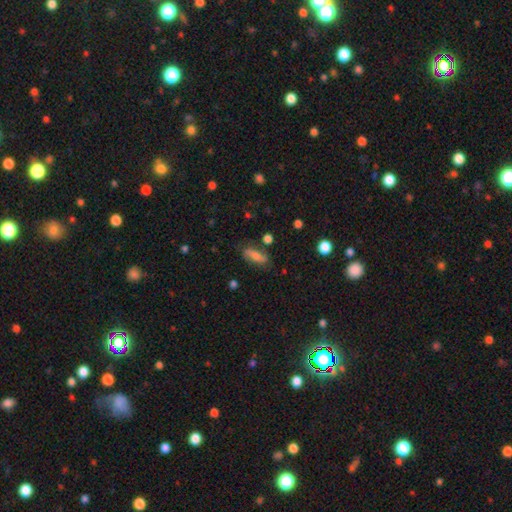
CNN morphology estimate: A smooth galaxy with no disk features (58%) that is in between round and cigar-shaped (68%).

Vote fractions:
- Smooth or featured? smooth: 58% / featured or disk: 33% / star or artifact: 9%
- How rounded? in between: 68% / cigar-shaped: 27% / round: 5%
- Merging? none: 75% / minor disturbance: 17% / major disturbance: 5% / merger: 3%